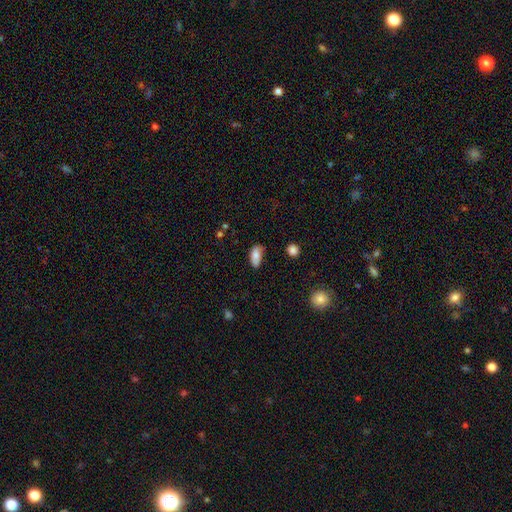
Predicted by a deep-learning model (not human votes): smooth-or-featured: smooth: 81% | featured or disk: 11% | star or artifact: 8%
  how-rounded: in between: 89% | cigar-shaped: 7% | round: 4%
  merging: none: 56% | minor disturbance: 31% | major disturbance: 8% | merger: 5%